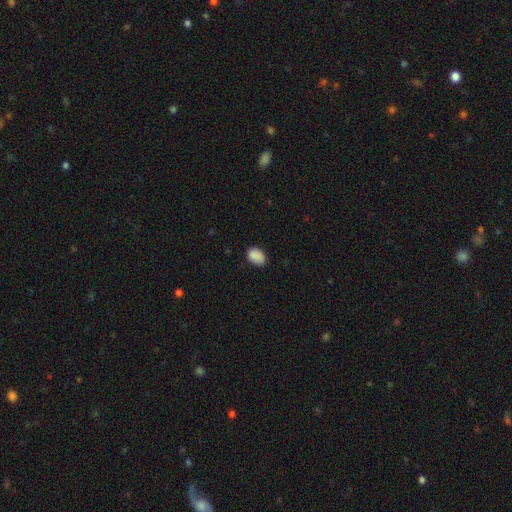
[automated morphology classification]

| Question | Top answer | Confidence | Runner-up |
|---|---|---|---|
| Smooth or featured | smooth | 89% | star or artifact (8%) |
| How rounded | in between | 85% | round (14%) |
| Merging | none | 80% | minor disturbance (16%) |